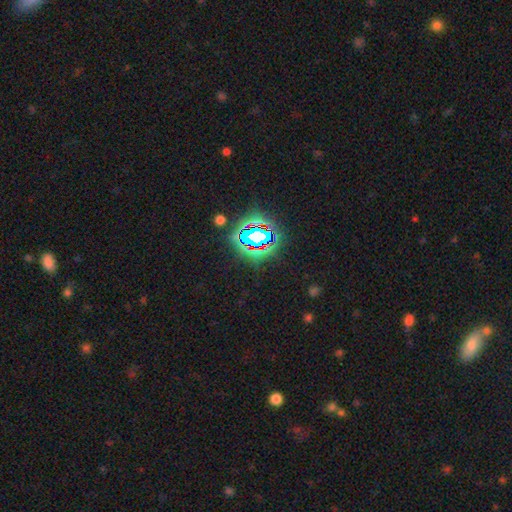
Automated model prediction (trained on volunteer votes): This is clearly a star or artifact rather than a galaxy (80%).